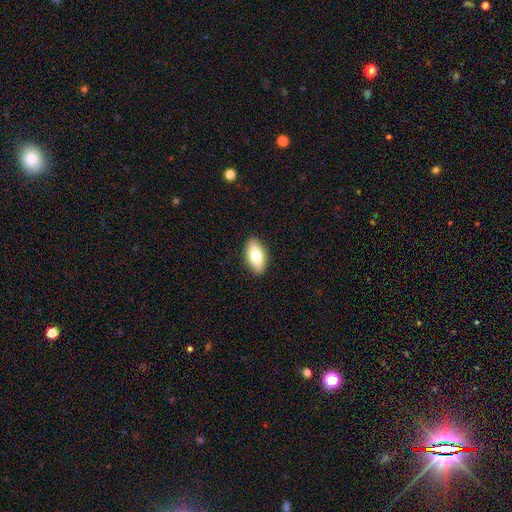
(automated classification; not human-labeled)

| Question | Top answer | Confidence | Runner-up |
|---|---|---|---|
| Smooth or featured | smooth | 76% | featured or disk (18%) |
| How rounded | in between | 87% | cigar-shaped (9%) |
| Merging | none | 90% | minor disturbance (8%) |